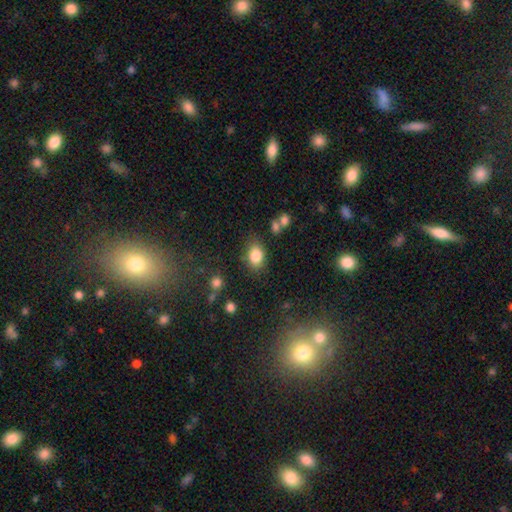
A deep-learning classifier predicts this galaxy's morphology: Smooth or featured?
  - smooth: 84% *
  - star or artifact: 9%
  - featured or disk: 7%
How rounded?
  - in between: 75% *
  - round: 24%
  - cigar-shaped: 1%
Merging?
  - none: 75% *
  - minor disturbance: 15%
  - merger: 5%
  - major disturbance: 5%